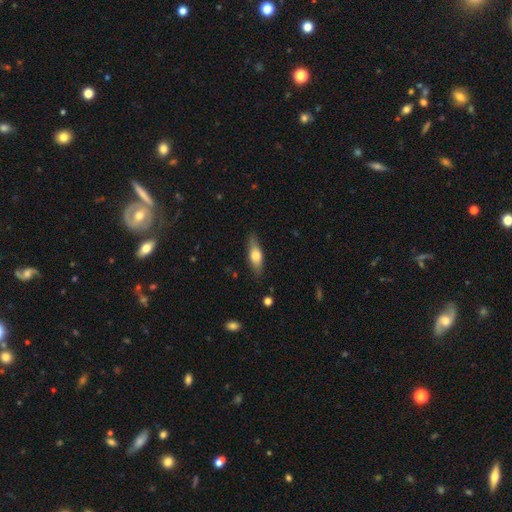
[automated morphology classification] The model was most divided on "how rounded": in between: 61%, cigar-shaped: 36%, round: 3%. More confident: merging — none (79%); smooth or featured — smooth (60%).